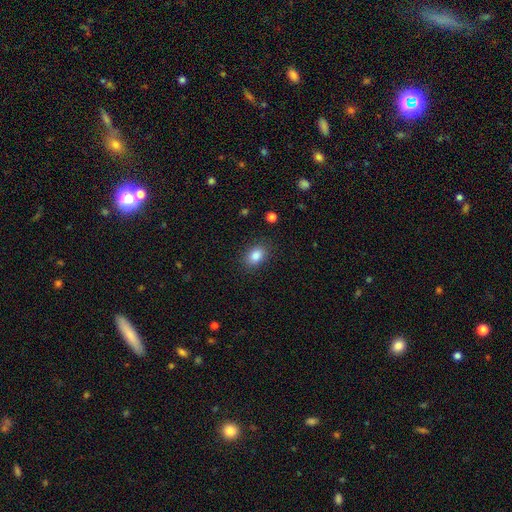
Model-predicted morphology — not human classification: smooth 85%, star or artifact 9%, featured or disk 6%. Down the decision tree: how rounded — in between (75%); merging — none (86%).